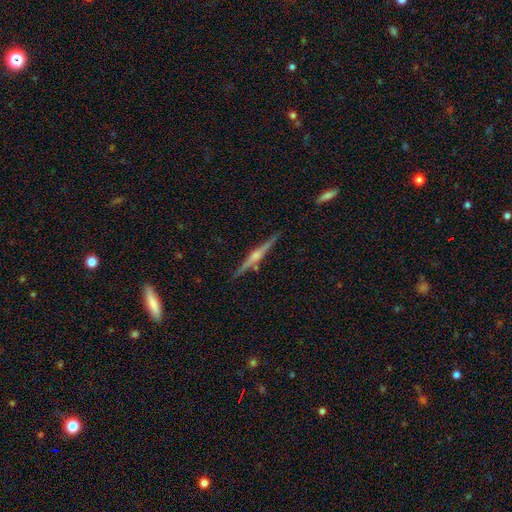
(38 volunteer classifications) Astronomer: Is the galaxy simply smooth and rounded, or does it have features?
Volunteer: featured or disk — 87%.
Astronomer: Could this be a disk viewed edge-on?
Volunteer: yes — 100%.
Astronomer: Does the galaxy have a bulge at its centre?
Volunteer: rounded — 97%.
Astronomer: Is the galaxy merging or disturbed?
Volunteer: none — 100%.